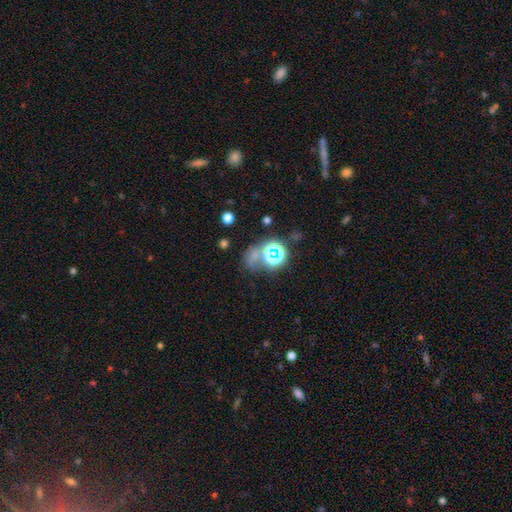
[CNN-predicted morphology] Smooth or featured?
  - star or artifact: 46% *
  - smooth: 43%
  - featured or disk: 12%